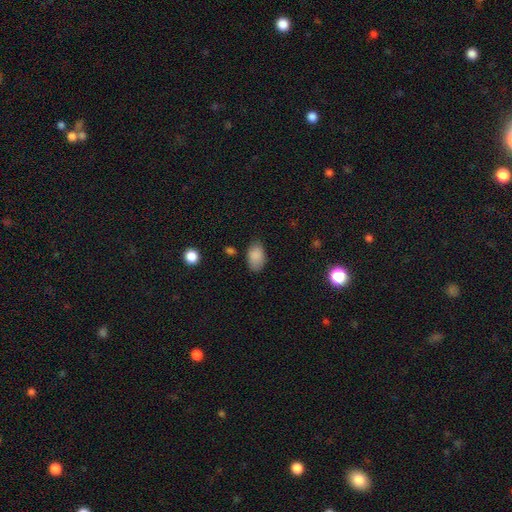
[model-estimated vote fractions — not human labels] Smooth or featured?
  - smooth: 87% *
  - star or artifact: 8%
  - featured or disk: 5%
How rounded?
  - in between: 91% *
  - round: 8%
  - cigar-shaped: 1%
Merging?
  - none: 76% *
  - minor disturbance: 18%
  - major disturbance: 4%
  - merger: 2%